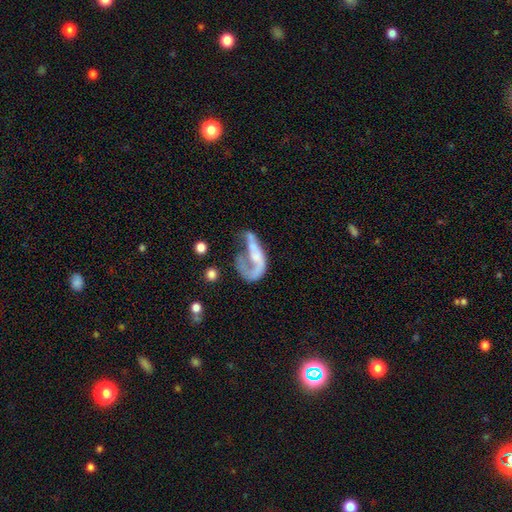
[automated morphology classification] This is likely a featured or disk galaxy (63%). It is clearly not viewed edge-on (94%). Bar: likely no (74%). Spiral arm pattern: possibly yes (50%, tied with no). Central bulge: possibly none (51%). Merging: possibly major disturbance (52%).